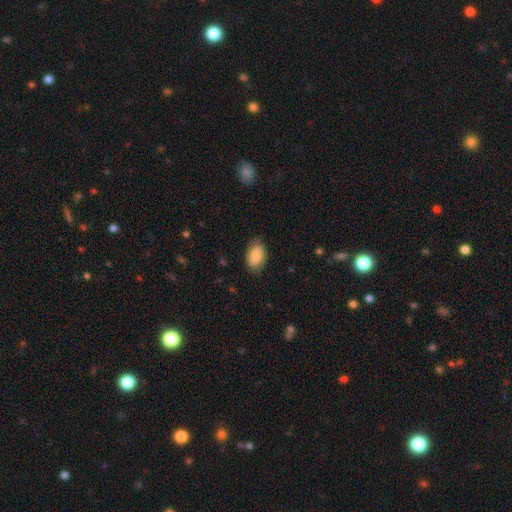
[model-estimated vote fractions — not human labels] The model was most divided on "merging": none: 80%, minor disturbance: 16%, major disturbance: 4%, merger: 1%. More confident: how rounded — in between (92%); smooth or featured — smooth (88%).